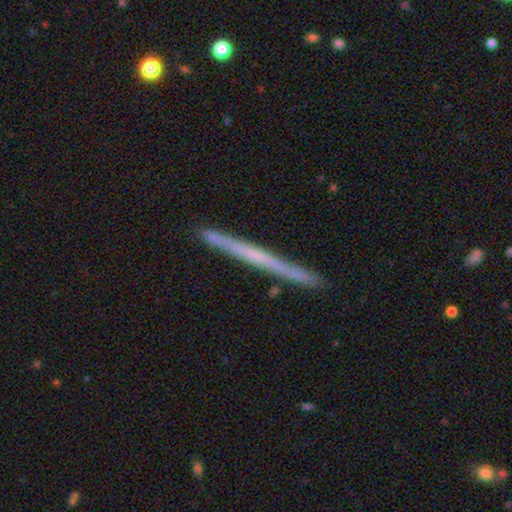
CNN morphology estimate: smooth-or-featured: featured or disk: 61% | smooth: 33% | star or artifact: 6%
  disk-edge-on: yes: 98% | no: 2%
    edge-on-bulge: none: 80% | rounded: 15% | boxy: 5%
  merging: none: 91% | minor disturbance: 6% | merger: 1% | major disturbance: 1%